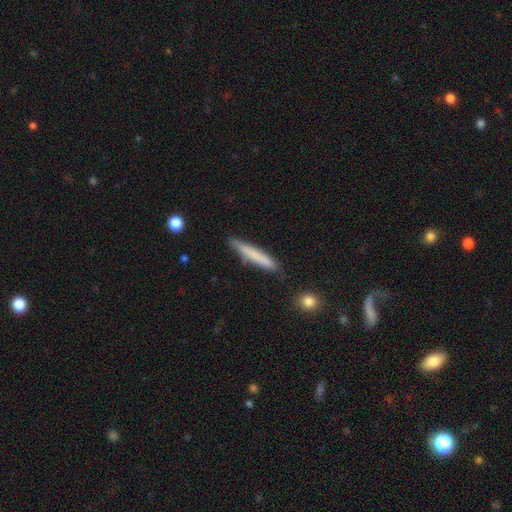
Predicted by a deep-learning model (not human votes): Q: Smooth or featured?
A: smooth (72%); runner-up: featured or disk (22%)
Q: How rounded?
A: cigar-shaped (94%); runner-up: in between (5%)
Q: Merging?
A: none (83%); runner-up: minor disturbance (13%)